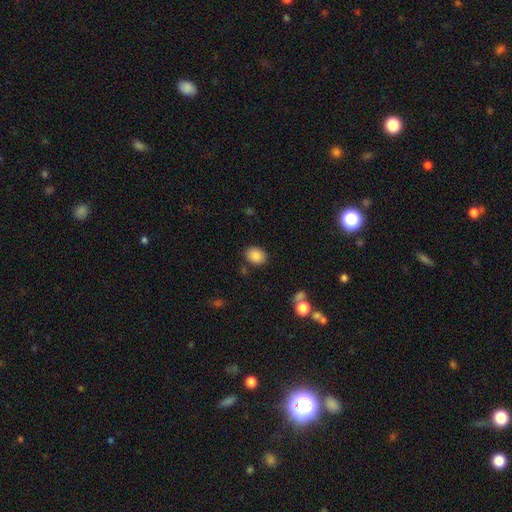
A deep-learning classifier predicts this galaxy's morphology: This appears to be a smooth galaxy with no disk features (86%) that is in between round and cigar-shaped (62%). Merging: none (83%).